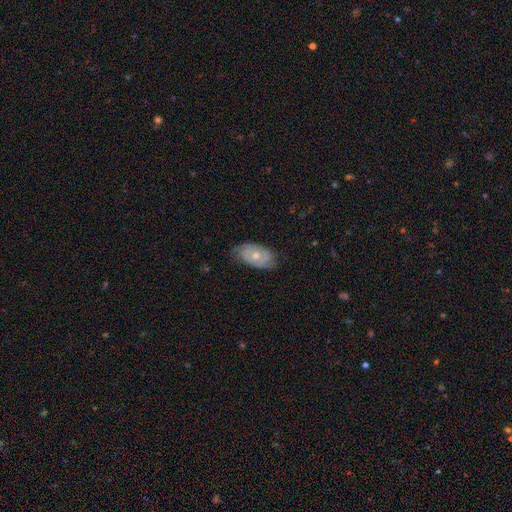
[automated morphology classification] Q: Smooth or featured?
A: featured or disk (75%); runner-up: smooth (19%)
Q: Edge-on disk?
A: no (94%); runner-up: yes (6%)
Q: Bar?
A: no (74%); runner-up: weak (22%)
Q: Spiral arms?
A: yes (87%); runner-up: no (13%)
Q: Spiral winding?
A: tight (61%); runner-up: medium (30%)
Q: Spiral arm count?
A: 2 (69%); runner-up: can't tell (20%)
Q: Bulge size?
A: moderate (67%); runner-up: small (29%)
Q: Merging?
A: none (74%); runner-up: minor disturbance (20%)